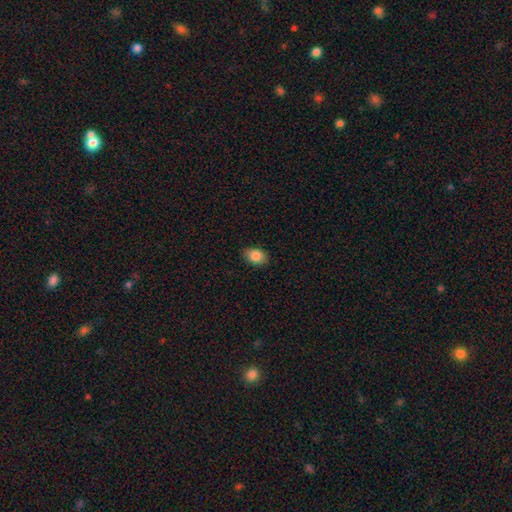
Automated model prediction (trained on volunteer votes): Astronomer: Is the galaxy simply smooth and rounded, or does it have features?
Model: smooth — 87%.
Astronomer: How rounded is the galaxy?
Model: in between — 74%.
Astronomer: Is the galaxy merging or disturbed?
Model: none — 87%.